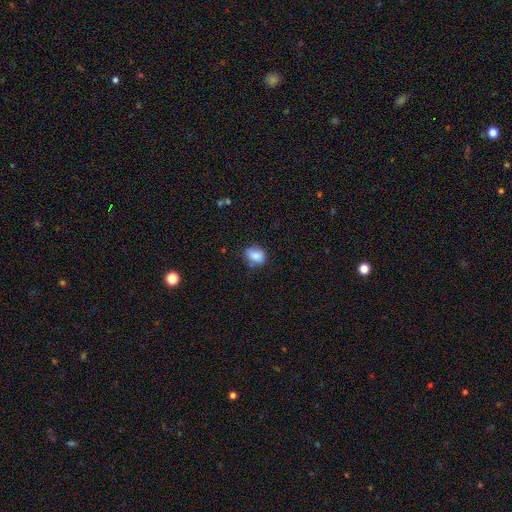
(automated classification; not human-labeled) This is clearly a smooth galaxy (81%). How rounded: possibly in between (59%). Merging: likely none (64%).